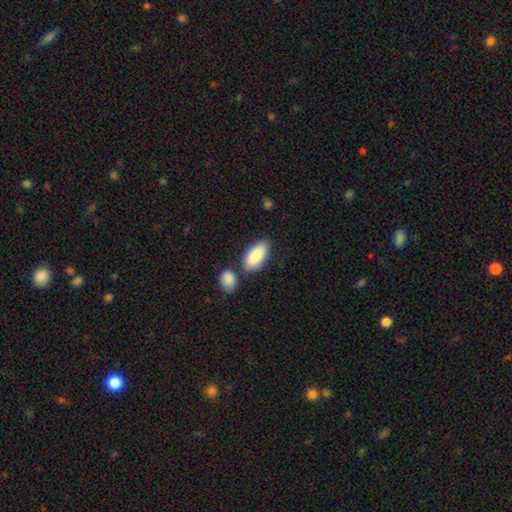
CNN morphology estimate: A smooth galaxy with no disk features (86%) that is in between round and cigar-shaped (91%).

Vote fractions:
- Smooth or featured? smooth: 86% / featured or disk: 8% / star or artifact: 6%
- How rounded? in between: 91% / cigar-shaped: 6% / round: 2%
- Merging? none: 69% / merger: 17% / minor disturbance: 11% / major disturbance: 3%